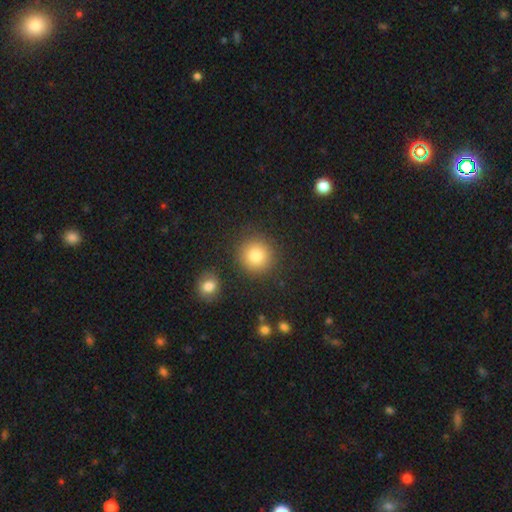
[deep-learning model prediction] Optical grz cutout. It shows a smooth galaxy with no disk features (84%) that is round (93%). Merging: none (86%).